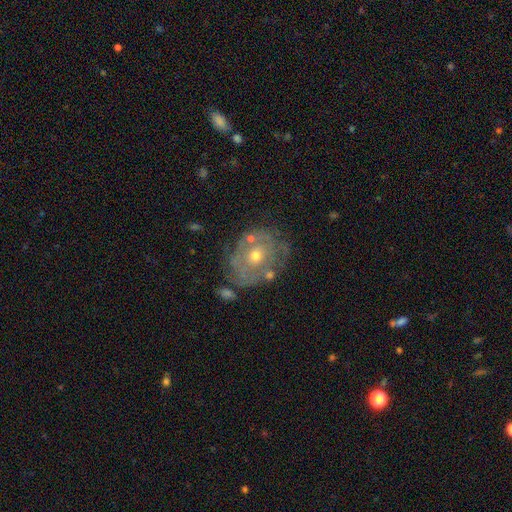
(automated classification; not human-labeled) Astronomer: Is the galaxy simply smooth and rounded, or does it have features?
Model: featured or disk — 69%.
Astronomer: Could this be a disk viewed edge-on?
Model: no — 96%.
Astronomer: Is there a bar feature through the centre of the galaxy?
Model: no — 86%.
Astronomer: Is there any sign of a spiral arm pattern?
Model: yes — 58% (runner-up: no, 42%).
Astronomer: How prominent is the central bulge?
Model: moderate — 54% (runner-up: small, 43%).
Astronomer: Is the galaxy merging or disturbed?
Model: none — 63%.